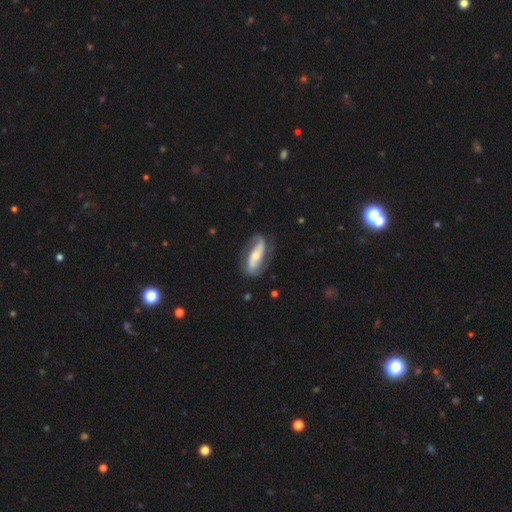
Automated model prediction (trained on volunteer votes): smooth_or_featured: featured or disk (p=0.79) [alt: smooth p=0.17]
disk_edge_on: no (p=0.91) [alt: yes p=0.09]
bar: no (p=0.39) [alt: strong p=0.37]
has_spiral_arms: yes (p=0.91) [alt: no p=0.09]
spiral_winding: loose (p=0.43) [alt: medium p=0.36]
spiral_arm_count: 2 (p=0.86) [alt: 1 p=0.06]
bulge_size: moderate (p=0.52) [alt: small p=0.40]
merging: none (p=0.73) [alt: minor disturbance p=0.17]